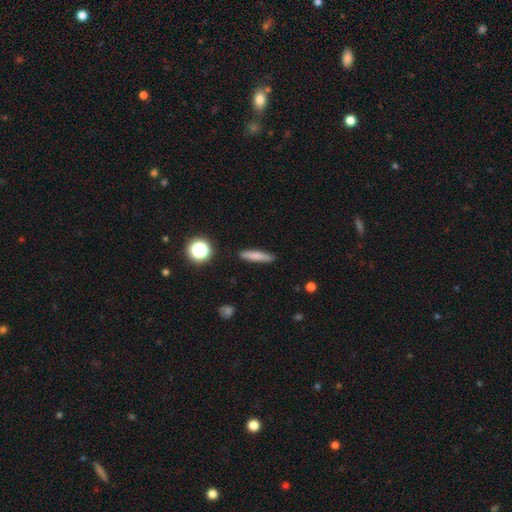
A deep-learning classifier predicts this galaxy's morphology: A smooth galaxy with no disk features (76%) that is cigar-shaped (88%). Merging: none (89%).